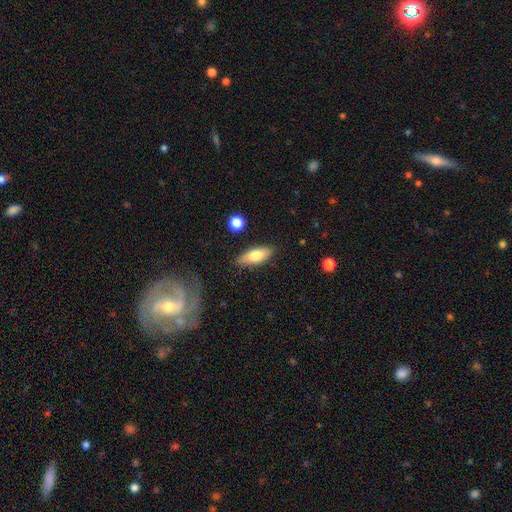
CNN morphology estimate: This is likely a smooth galaxy (74%). How rounded: likely in between (77%). Merging: clearly none (81%).